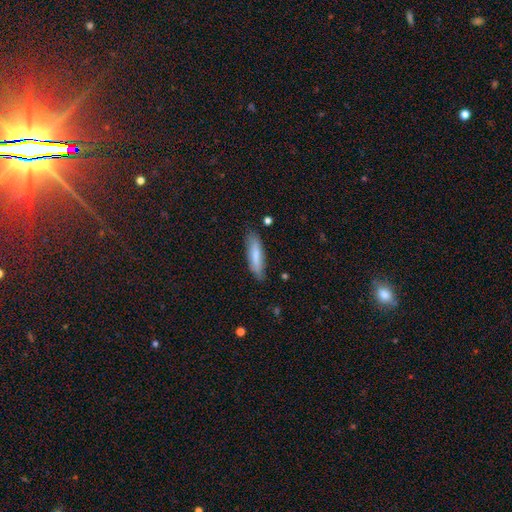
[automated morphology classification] Smooth or featured?
  - smooth: 76% *
  - featured or disk: 18%
  - star or artifact: 6%
How rounded?
  - cigar-shaped: 63% *
  - in between: 36%
  - round: 1%
Merging?
  - none: 79% *
  - minor disturbance: 16%
  - major disturbance: 3%
  - merger: 2%